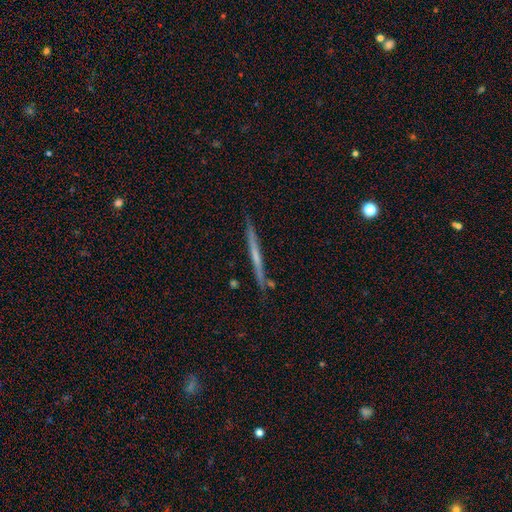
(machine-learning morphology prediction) Smooth or featured? featured or disk (58%)
Edge-on disk? yes (97%)
Edge-on bulge? none (78%)
Merging? none (88%)